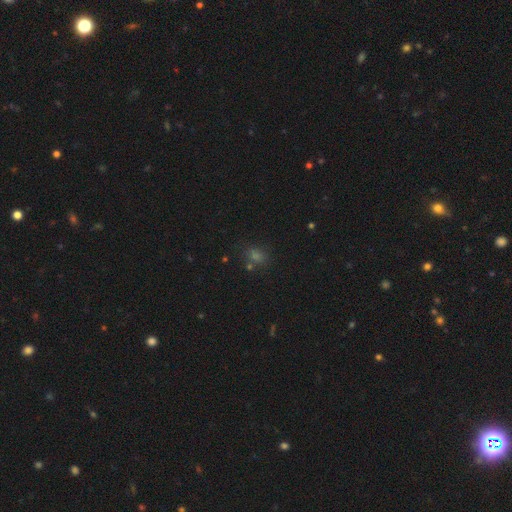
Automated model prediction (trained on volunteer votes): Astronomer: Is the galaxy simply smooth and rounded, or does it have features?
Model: smooth — 60%.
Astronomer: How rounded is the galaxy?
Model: in between — 50% (runner-up: round, 48%).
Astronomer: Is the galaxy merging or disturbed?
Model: none — 73%.